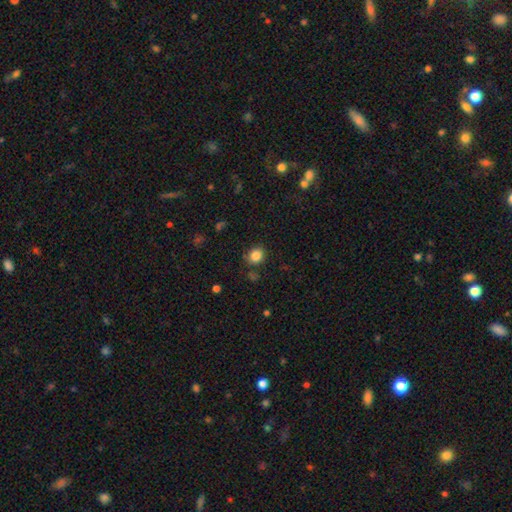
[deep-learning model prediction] A smooth galaxy with no disk features (85%) that is round (72%). Merging: none (83%).